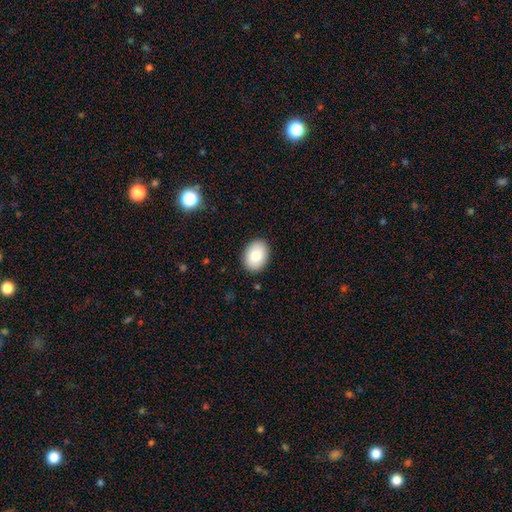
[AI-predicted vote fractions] Smooth or featured?
  - smooth: 85% *
  - featured or disk: 8%
  - star or artifact: 7%
How rounded?
  - in between: 75% *
  - round: 24%
  - cigar-shaped: 1%
Merging?
  - none: 89% *
  - minor disturbance: 8%
  - major disturbance: 2%
  - merger: 1%